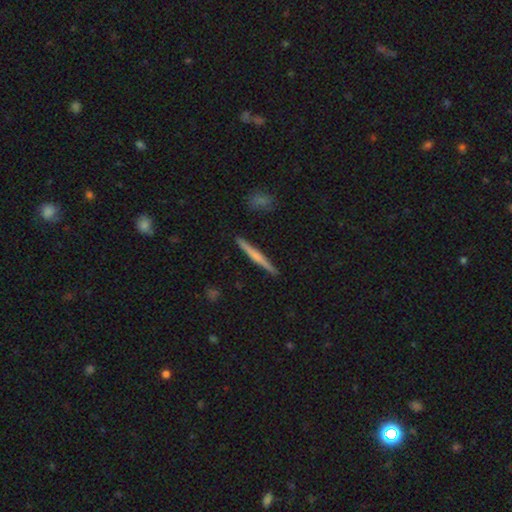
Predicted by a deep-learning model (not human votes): The model was most divided on "smooth or featured": smooth: 49%, featured or disk: 45%, star or artifact: 6%. More confident: merging — none (91%).